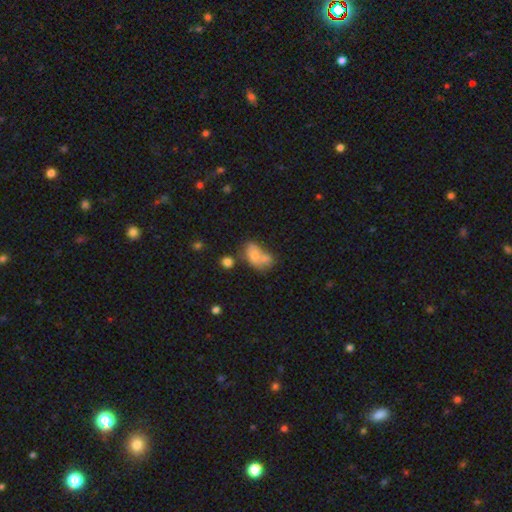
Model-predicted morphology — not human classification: Overall: smooth (68%). How rounded: in between (83%). Merging: merger (52%; none 24%).